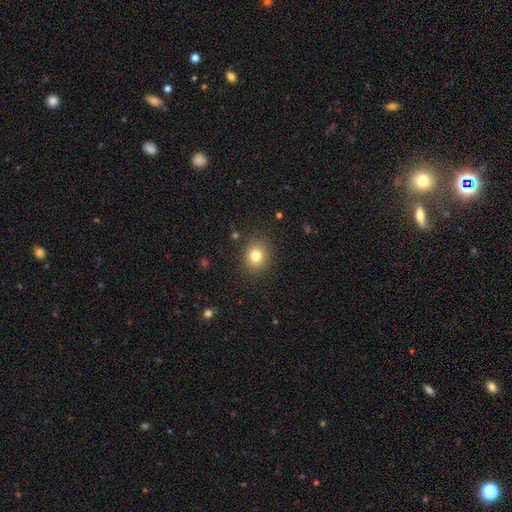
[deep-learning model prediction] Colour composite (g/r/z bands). It shows a smooth galaxy with no disk features (79%) that is round (67%). Merging: none (87%).